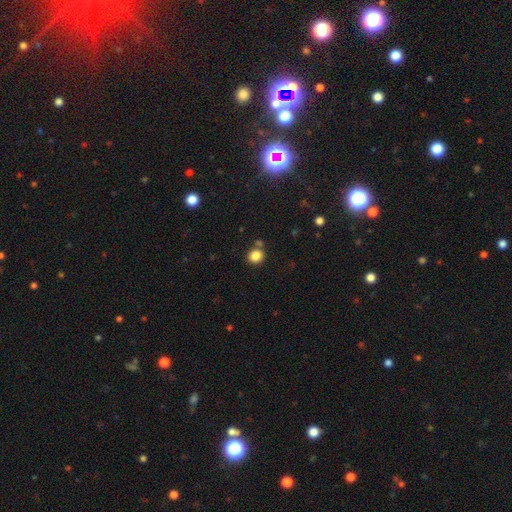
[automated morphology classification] smooth-or-featured: smooth: 85% | star or artifact: 11% | featured or disk: 4%
  how-rounded: round: 83% | in between: 16% | cigar-shaped: 1%
  merging: none: 74% | merger: 13% | minor disturbance: 10% | major disturbance: 3%